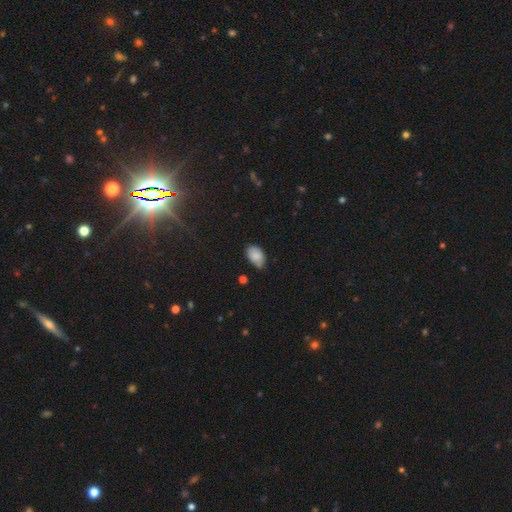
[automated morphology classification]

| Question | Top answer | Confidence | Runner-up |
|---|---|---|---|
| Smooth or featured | smooth | 85% | star or artifact (8%) |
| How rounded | in between | 89% | round (10%) |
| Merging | none | 61% | minor disturbance (31%) |